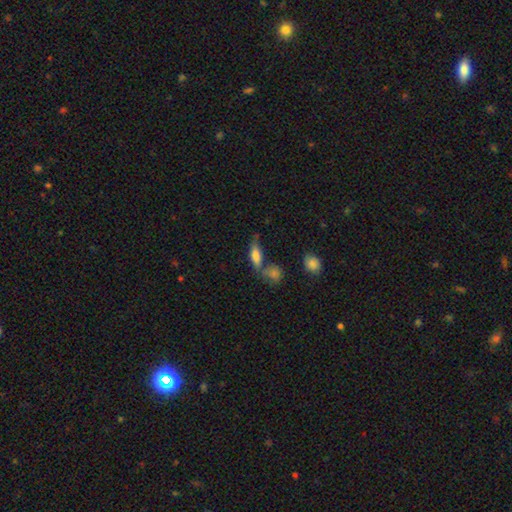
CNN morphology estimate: Smooth or featured? smooth (74%)
How rounded? in between (64%)
Merging? none (53%)